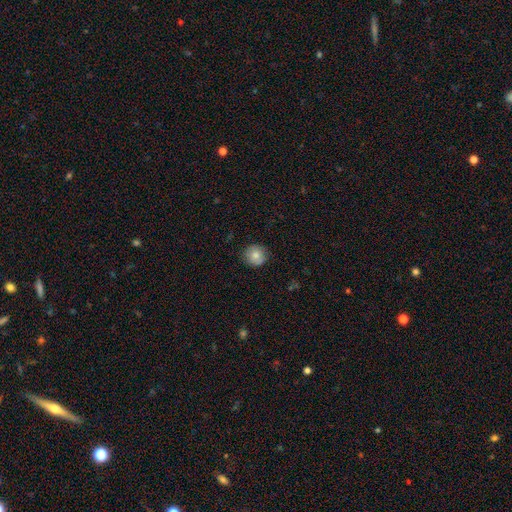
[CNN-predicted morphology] type=smooth (79%); roundness=round (93%); merging=none (86%).